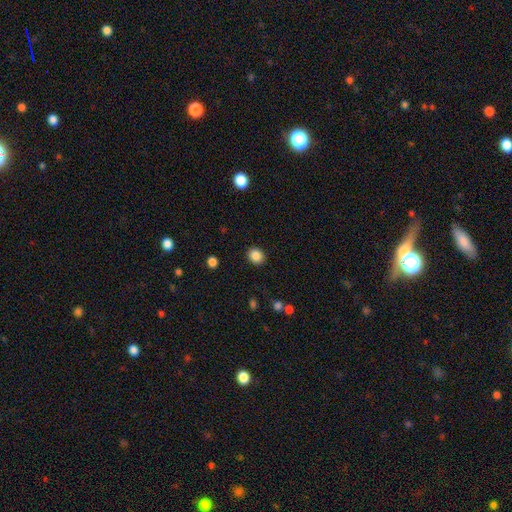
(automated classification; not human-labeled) A smooth galaxy with no disk features (86%) that is round (71%). Merging: none (90%).